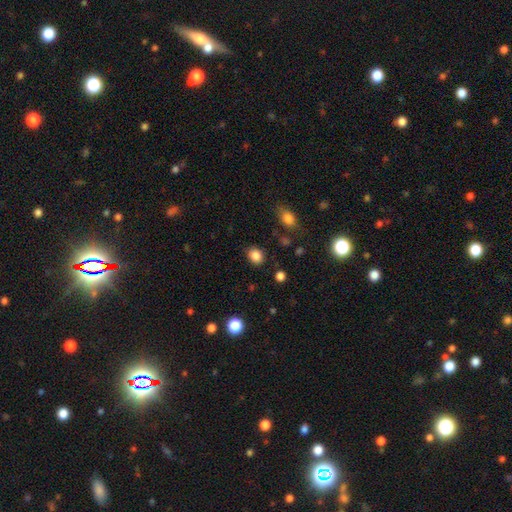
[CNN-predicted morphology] smooth 86%, star or artifact 10%, featured or disk 4%. Down the decision tree: how rounded — round (58%); merging — none (86%).